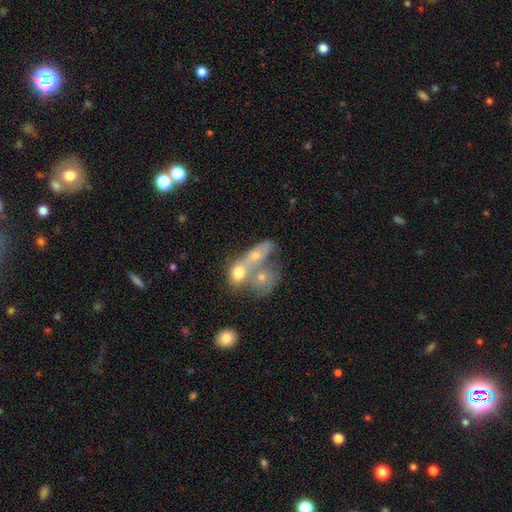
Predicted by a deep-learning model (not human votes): Q: Smooth or featured?
A: smooth (54%); runner-up: featured or disk (35%)
Q: How rounded?
A: in between (58%); runner-up: round (34%)
Q: Merging?
A: merger (69%); runner-up: none (17%)